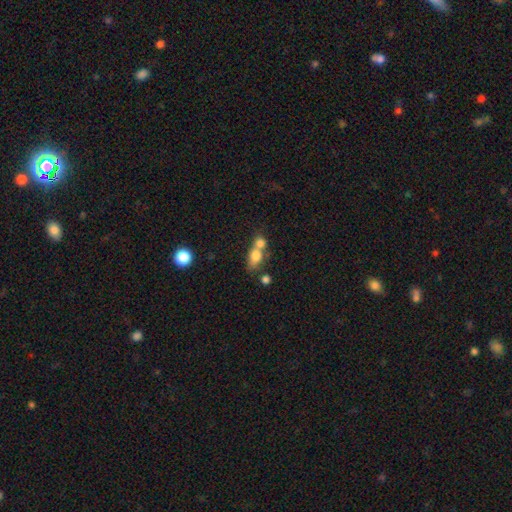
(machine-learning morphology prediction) type=smooth (75%); roundness=in between (63%); merging=merger (58%).